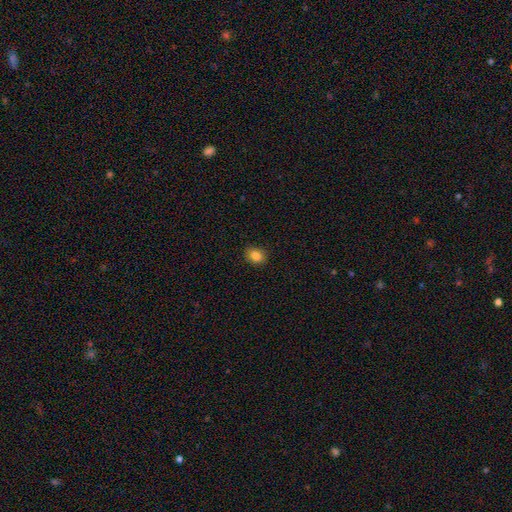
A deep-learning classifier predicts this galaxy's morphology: Smooth or featured: smooth — 84% (star or artifact — 10%)
How rounded: in between — 53% (round — 46%)
Merging: none — 89% (minor disturbance — 8%)